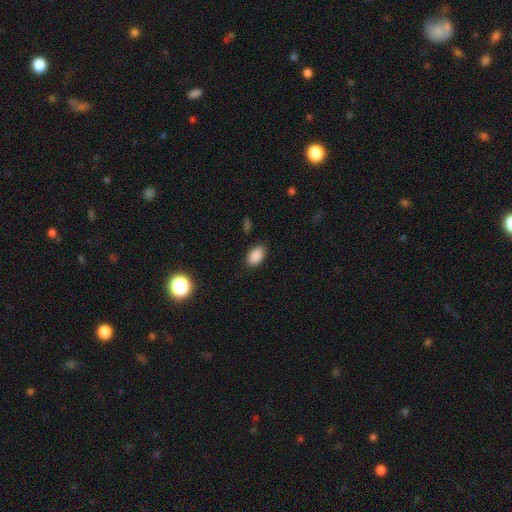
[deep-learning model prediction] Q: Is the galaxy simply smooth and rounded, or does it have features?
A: smooth — 88%.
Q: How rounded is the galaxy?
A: in between — 89%.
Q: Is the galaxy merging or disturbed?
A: none — 86%.